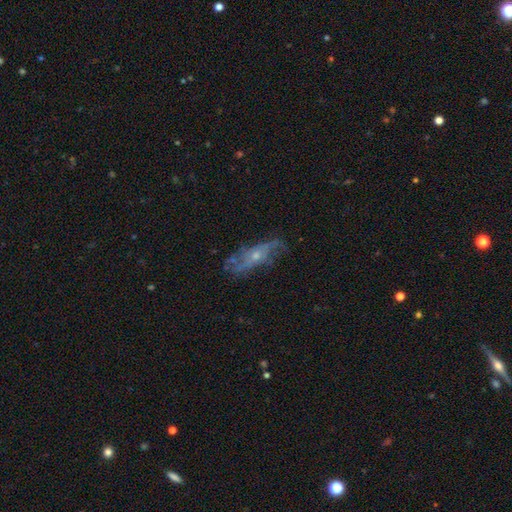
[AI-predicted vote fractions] A featured or disk galaxy (70%) with no bar (78%), spiral arms (73%) and a small central bulge (60%). Merging: none (60%).